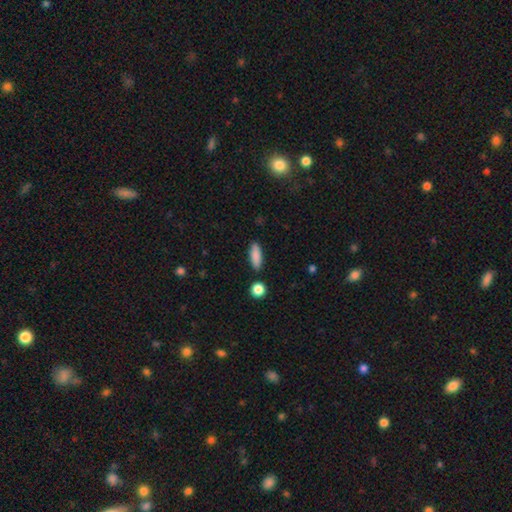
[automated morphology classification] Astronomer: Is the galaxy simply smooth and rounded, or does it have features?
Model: smooth — 87%.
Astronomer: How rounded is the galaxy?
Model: in between — 56% (runner-up: cigar-shaped, 41%).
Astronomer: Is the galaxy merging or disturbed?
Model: none — 87%.